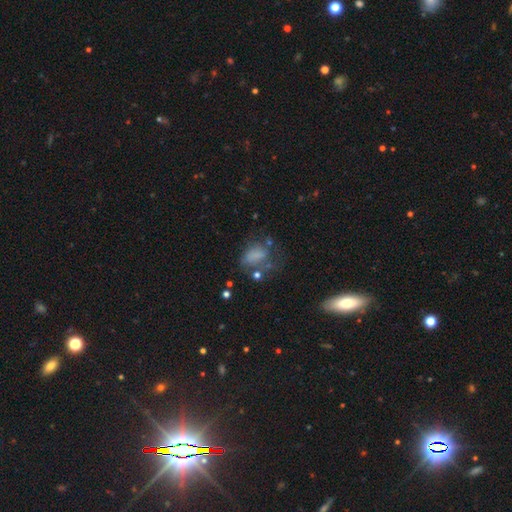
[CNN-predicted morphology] smooth-or-featured: smooth: 60% | featured or disk: 26% | star or artifact: 14%
  how-rounded: in between: 75% | round: 22% | cigar-shaped: 3%
  merging: major disturbance: 36% | none: 31% | minor disturbance: 25% | merger: 8%